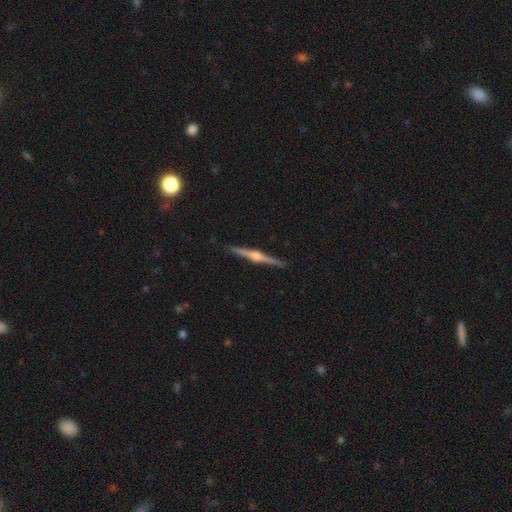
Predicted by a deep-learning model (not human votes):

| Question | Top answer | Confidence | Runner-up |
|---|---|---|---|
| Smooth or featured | featured or disk | 84% | smooth (11%) |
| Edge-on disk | yes | 99% | no (1%) |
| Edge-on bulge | rounded | 92% | boxy (5%) |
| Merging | none | 93% | minor disturbance (5%) |